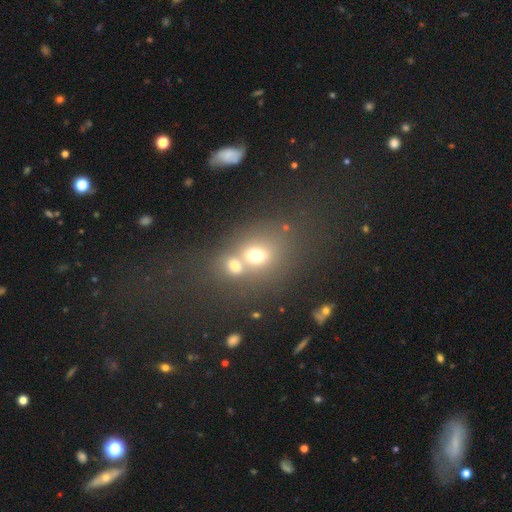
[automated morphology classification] Smooth or featured?
  - smooth: 66% *
  - star or artifact: 18%
  - featured or disk: 16%
How rounded?
  - round: 61% *
  - in between: 38%
  - cigar-shaped: 1%
Merging?
  - merger: 58% *
  - none: 30%
  - minor disturbance: 7%
  - major disturbance: 5%